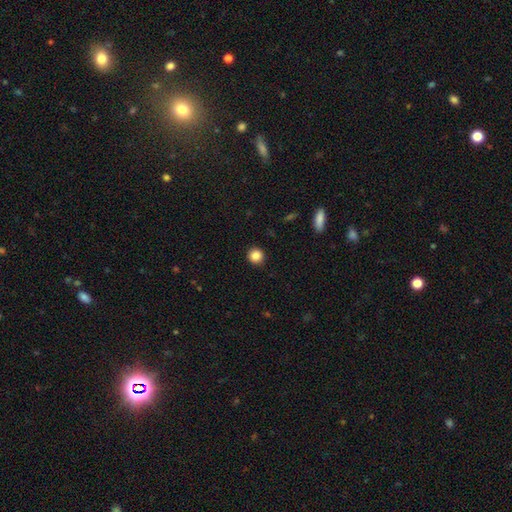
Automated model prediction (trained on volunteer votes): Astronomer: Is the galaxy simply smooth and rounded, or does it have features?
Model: smooth — 86%.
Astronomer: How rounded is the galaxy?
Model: round — 94%.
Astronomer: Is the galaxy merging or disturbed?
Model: none — 93%.